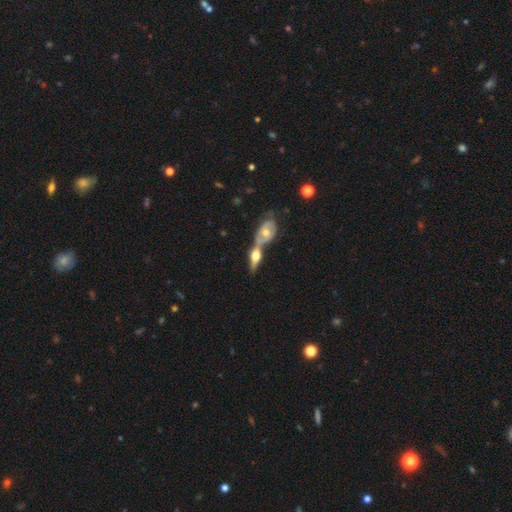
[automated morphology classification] featured or disk 61%, smooth 33%, star or artifact 6%. Down the decision tree: edge-on disk — yes (74%); merging — merger (56%).